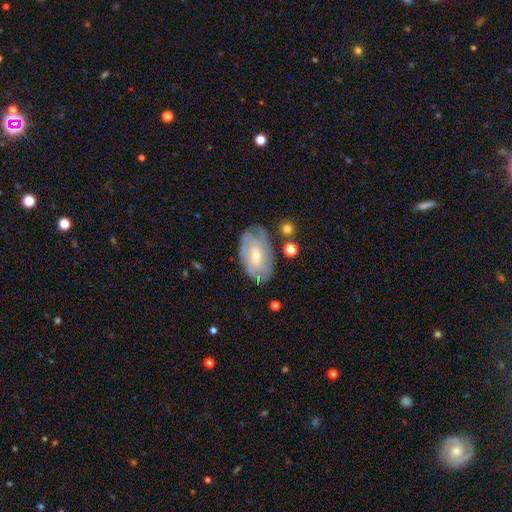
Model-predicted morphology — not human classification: A featured or disk galaxy (64%) with no bar (64%), spiral arms (73%) and a small central bulge (57%).

Vote fractions:
- Smooth or featured? featured or disk: 64% / smooth: 29% / star or artifact: 7%
- Edge-on disk? no: 94% / yes: 6%
- Bar? no: 64% / weak: 30% / strong: 6%
- Spiral arms? yes: 73% / no: 27%
- Bulge size? small: 57% / moderate: 39% / large: 2% / none: 1% / dominant: 1%
- Merging? none: 70% / minor disturbance: 21% / major disturbance: 7% / merger: 3%